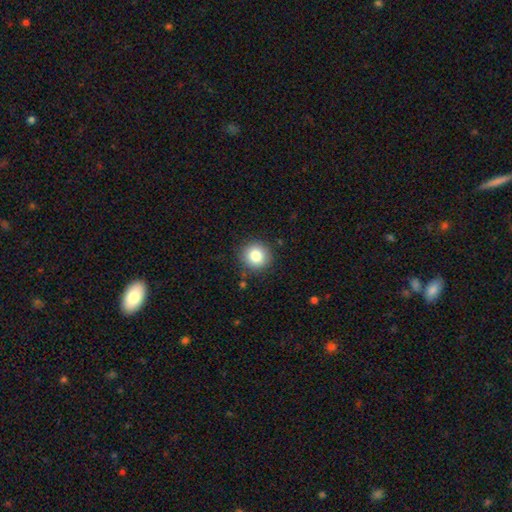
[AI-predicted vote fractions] Smooth or featured? Predicted: smooth (p=0.83). How rounded? Predicted: round (p=0.92). Merging? Predicted: none (p=0.87).